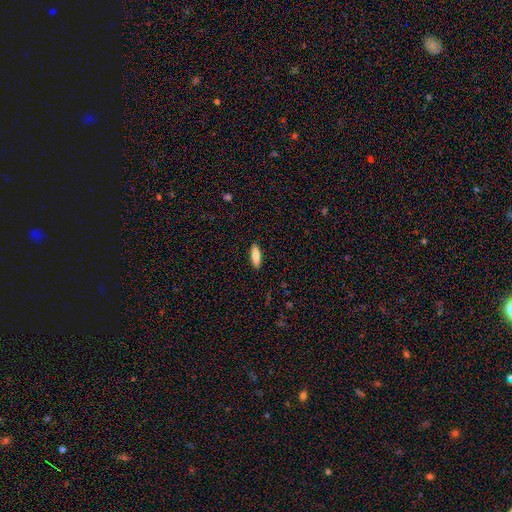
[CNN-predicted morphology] A smooth galaxy with no disk features (82%) that is in between round and cigar-shaped (59%). Merging: none (90%).